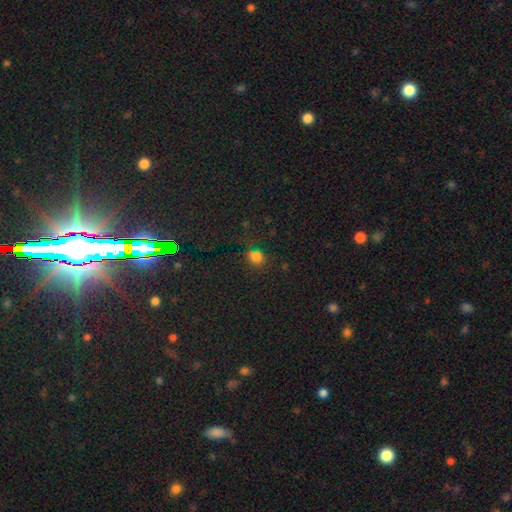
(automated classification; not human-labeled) Smooth or featured? Predicted: smooth (p=0.70). How rounded? Predicted: round (p=0.50). Merging? Predicted: none (p=0.70).